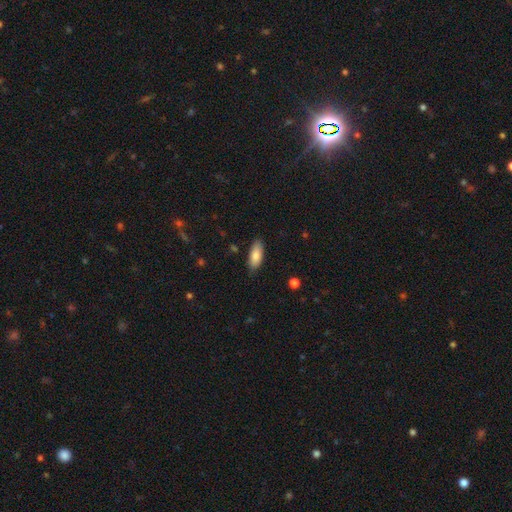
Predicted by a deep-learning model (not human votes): Smooth or featured: smooth — 83% (featured or disk — 11%)
How rounded: in between — 80% (cigar-shaped — 18%)
Merging: none — 83% (minor disturbance — 13%)